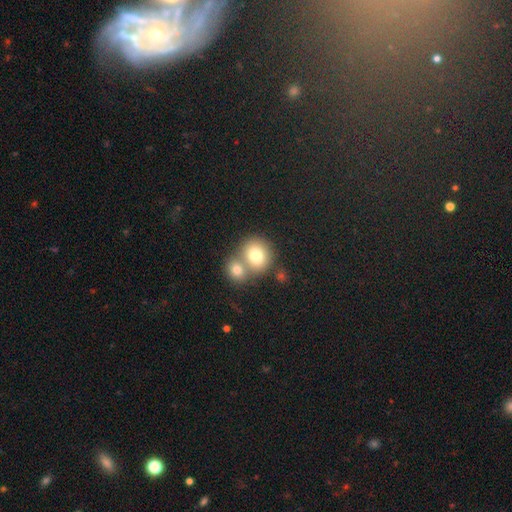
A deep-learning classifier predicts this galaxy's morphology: smooth 77%, featured or disk 13%, star or artifact 10%. Down the decision tree: how rounded — round (78%); merging — merger (51%).